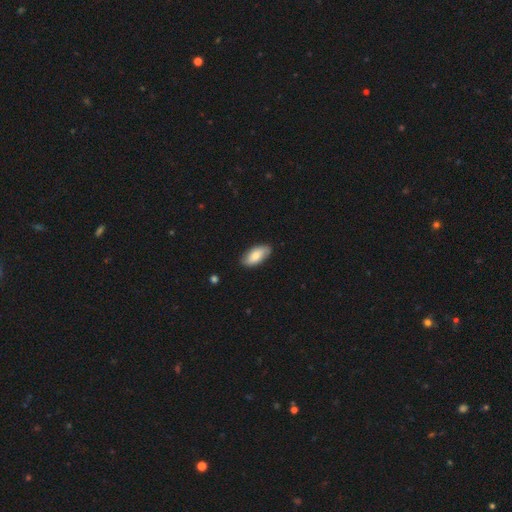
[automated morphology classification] Overall: smooth (74%). How rounded: in between (91%). Merging: none (83%).